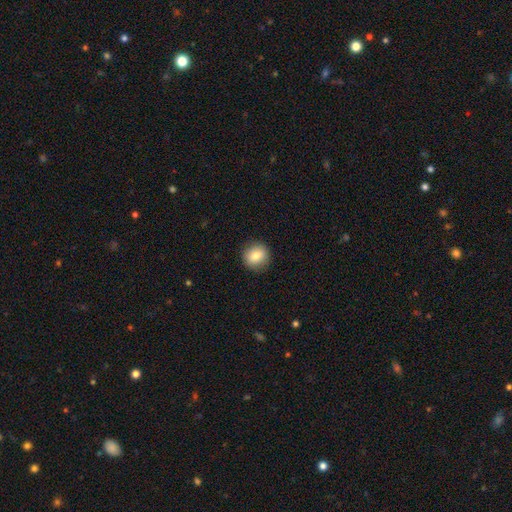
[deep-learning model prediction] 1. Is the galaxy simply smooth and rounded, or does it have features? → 81% smooth, 10% featured or disk, 9% star or artifact.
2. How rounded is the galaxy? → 89% round, 10% in between, 1% cigar-shaped.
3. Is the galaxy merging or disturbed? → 89% none, 7% minor disturbance, 2% major disturbance, 1% merger.